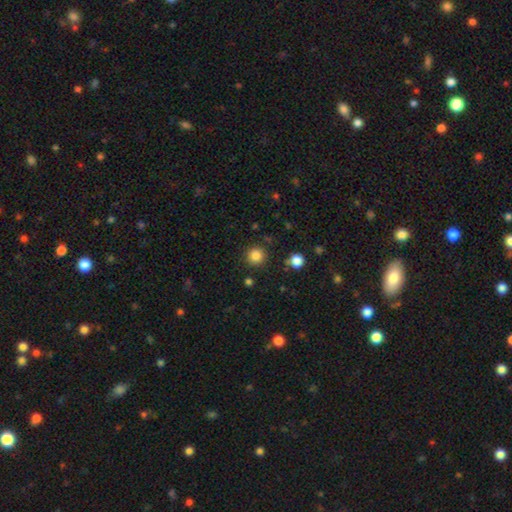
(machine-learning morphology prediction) Q: Smooth or featured?
A: smooth (85%); runner-up: star or artifact (11%)
Q: How rounded?
A: round (94%); runner-up: in between (5%)
Q: Merging?
A: none (88%); runner-up: minor disturbance (7%)